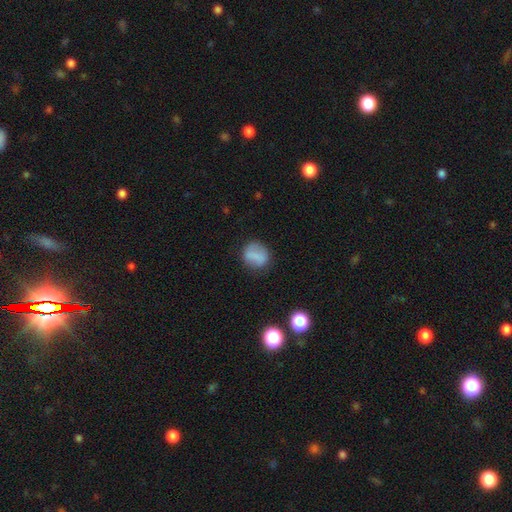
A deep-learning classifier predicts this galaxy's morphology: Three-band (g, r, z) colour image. It shows a smooth galaxy with no disk features (78%) that is round (74%). Merging: none (74%).